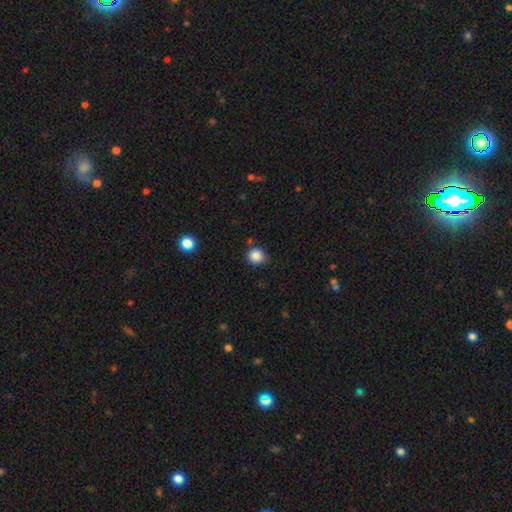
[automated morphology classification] smooth_or_featured: smooth (p=0.85) [alt: star or artifact p=0.11]
how_rounded: round (p=0.87) [alt: in between p=0.12]
merging: none (p=0.79) [alt: minor disturbance p=0.15]